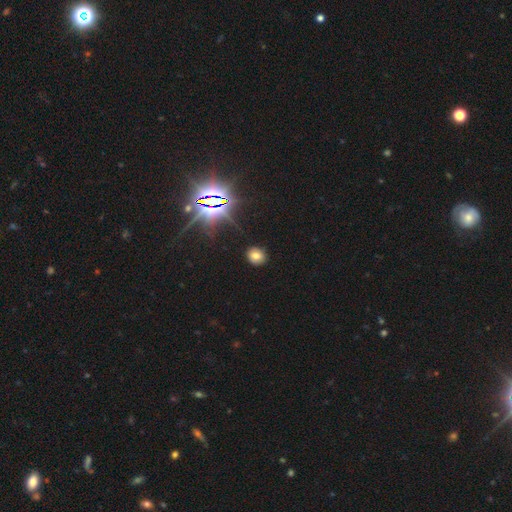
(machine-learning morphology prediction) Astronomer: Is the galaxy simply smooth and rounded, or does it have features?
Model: smooth — 70%.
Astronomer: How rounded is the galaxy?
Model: round — 75%.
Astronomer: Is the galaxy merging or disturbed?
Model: none — 89%.